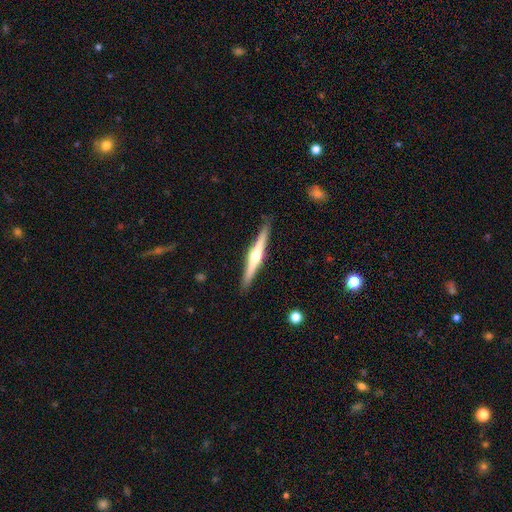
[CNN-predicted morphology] Smooth or featured: featured or disk — 75% (smooth — 20%)
Edge-on disk: yes — 98% (no — 2%)
Edge-on bulge: rounded — 92% (boxy — 5%)
Merging: none — 90% (minor disturbance — 7%)